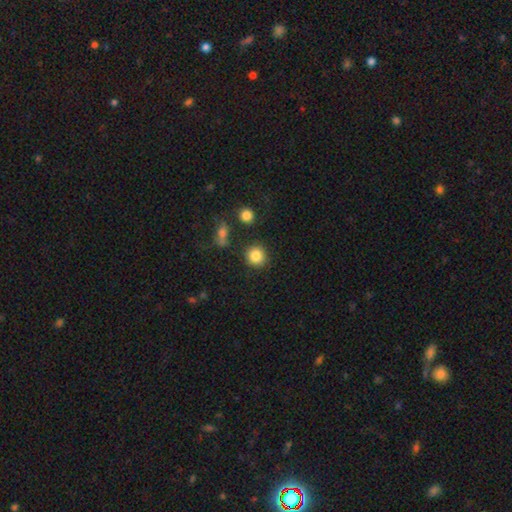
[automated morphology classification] smooth 84%, star or artifact 10%, featured or disk 6%. Down the decision tree: how rounded — round (89%); merging — none (84%).